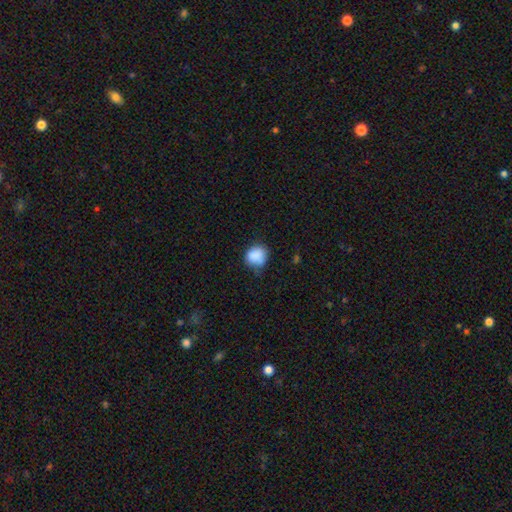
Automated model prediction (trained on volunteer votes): The model was most divided on "merging": none: 59%, minor disturbance: 31%, major disturbance: 7%, merger: 3%. More confident: smooth or featured — smooth (86%); how rounded — round (70%).